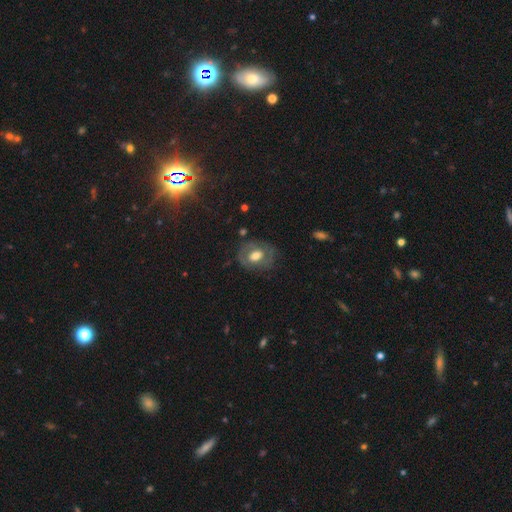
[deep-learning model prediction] This appears to be a featured or disk galaxy (52%). Merging: none (71%).